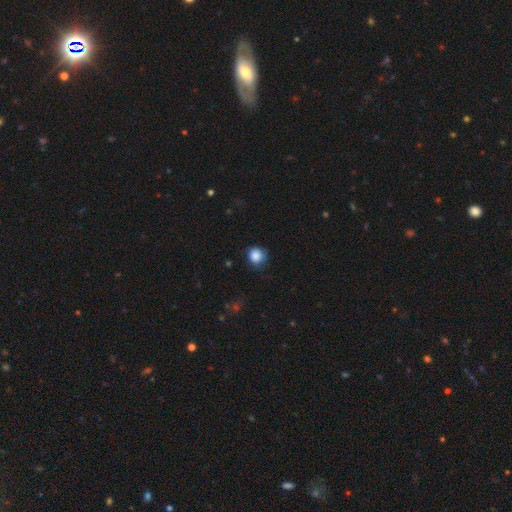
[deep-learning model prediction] Morphology: type=smooth (87%); roundness=round (91%); merging=none (74%).